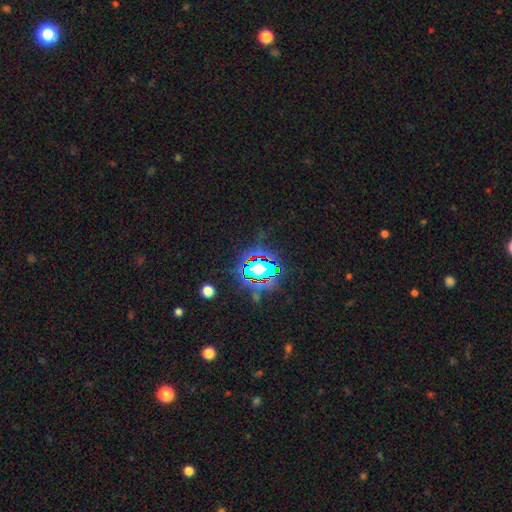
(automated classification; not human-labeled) Smooth or featured? Predicted: star or artifact (p=0.80).